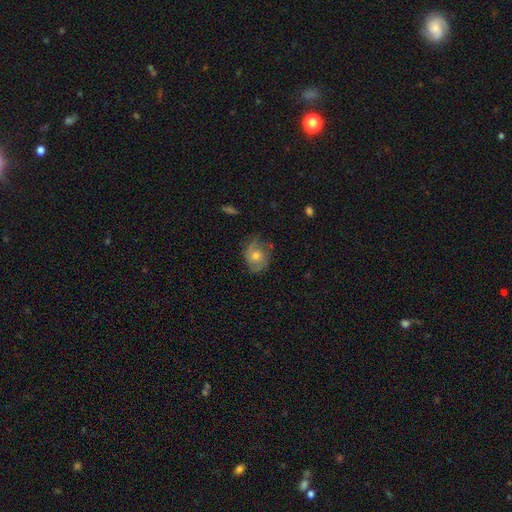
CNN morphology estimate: smooth-or-featured: featured or disk: 51% | smooth: 38% | star or artifact: 10%
  disk-edge-on: no: 96% | yes: 4%
  merging: none: 70% | minor disturbance: 21% | major disturbance: 7% | merger: 2%